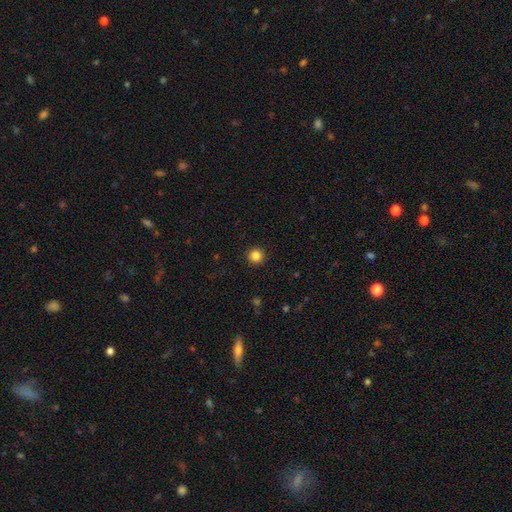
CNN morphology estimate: A smooth galaxy with no disk features (85%) that is round (96%).

Vote fractions:
- Smooth or featured? smooth: 85% / star or artifact: 11% / featured or disk: 4%
- How rounded? round: 96% / in between: 3% / cigar-shaped: 1%
- Merging? none: 92% / minor disturbance: 5% / major disturbance: 2% / merger: 1%